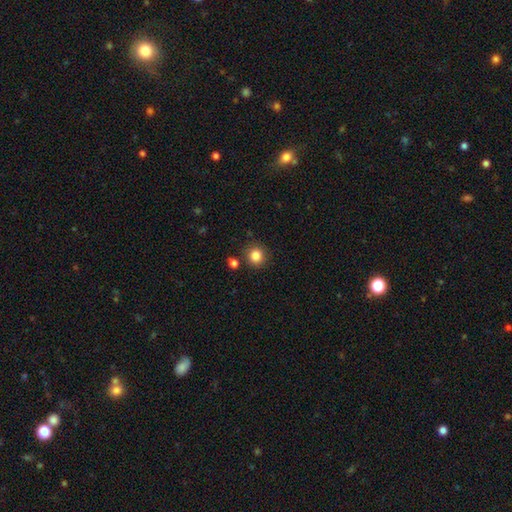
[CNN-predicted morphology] This is clearly a smooth galaxy (84%). How rounded: clearly round (90%). Merging: clearly none (85%).